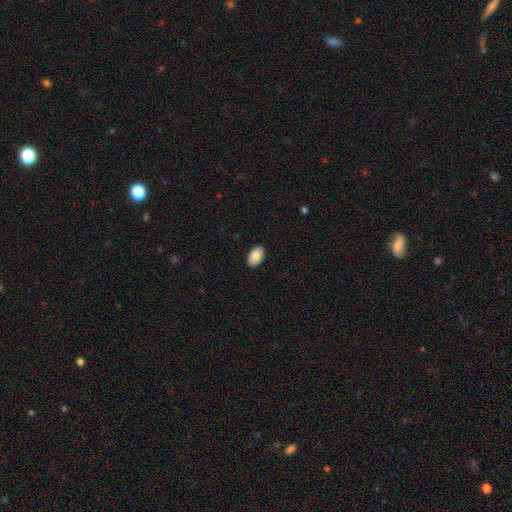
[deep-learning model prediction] Q: Smooth or featured?
A: smooth (83%); runner-up: featured or disk (10%)
Q: How rounded?
A: in between (92%); runner-up: round (7%)
Q: Merging?
A: none (90%); runner-up: minor disturbance (8%)